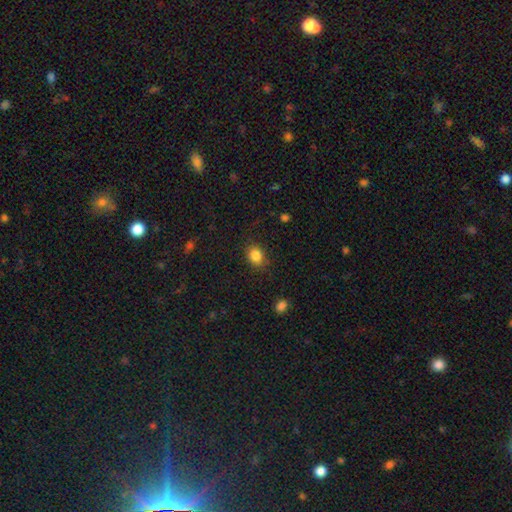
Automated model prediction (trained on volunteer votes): This is clearly a smooth galaxy (85%). How rounded: possibly in between (56%). Merging: clearly none (83%).